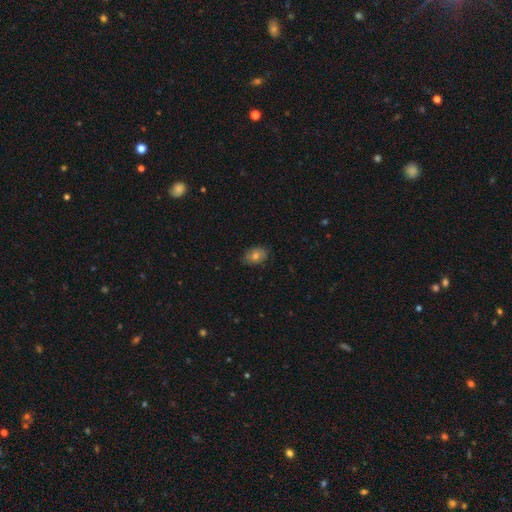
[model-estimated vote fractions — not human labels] smooth-or-featured: smooth: 65% | featured or disk: 23% | star or artifact: 12%
  how-rounded: in between: 76% | round: 22% | cigar-shaped: 1%
  merging: none: 81% | minor disturbance: 15% | major disturbance: 3% | merger: 1%